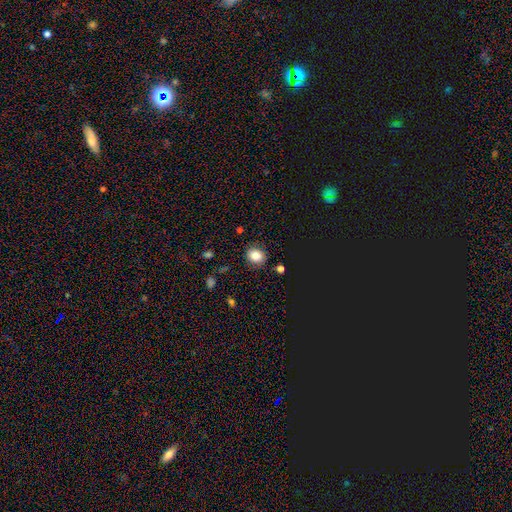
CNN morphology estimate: smooth-or-featured: smooth: 81% | star or artifact: 12% | featured or disk: 7%
  how-rounded: round: 65% | in between: 34% | cigar-shaped: 1%
  merging: none: 85% | minor disturbance: 10% | major disturbance: 3% | merger: 2%